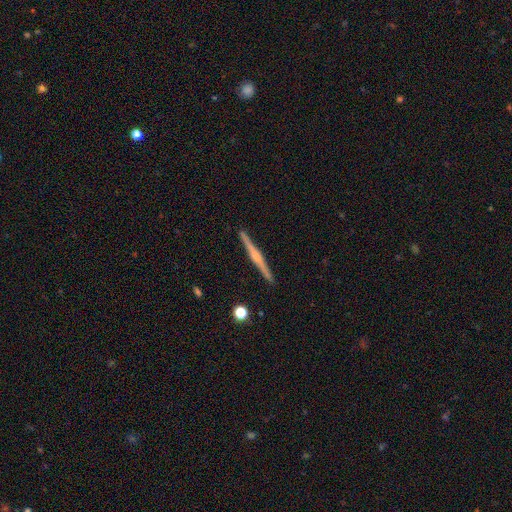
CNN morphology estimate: smooth_or_featured: featured or disk (p=0.73) [alt: smooth p=0.21]
disk_edge_on: yes (p=0.99) [alt: no p=0.01]
edge_on_bulge: rounded (p=0.64) [alt: none p=0.20]
merging: none (p=0.93) [alt: minor disturbance p=0.05]